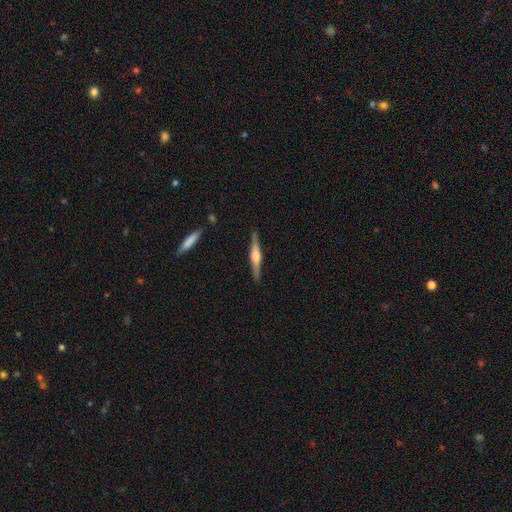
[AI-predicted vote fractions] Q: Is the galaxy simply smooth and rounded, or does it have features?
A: featured or disk — 72%.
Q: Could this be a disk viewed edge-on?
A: yes — 98%.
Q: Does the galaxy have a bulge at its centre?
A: rounded — 72%.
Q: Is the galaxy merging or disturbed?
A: none — 89%.